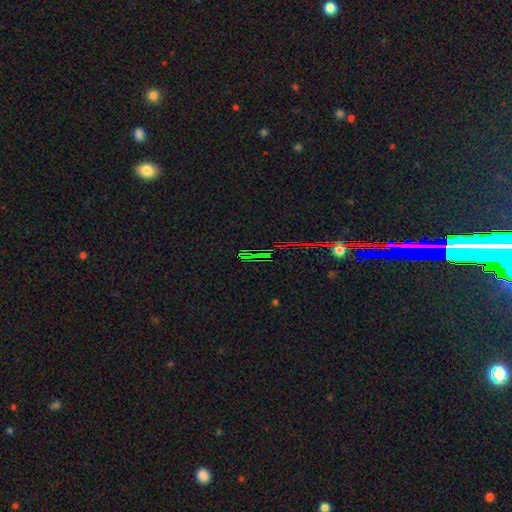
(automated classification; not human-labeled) Smooth or featured?
  - star or artifact: 77% *
  - smooth: 11%
  - featured or disk: 11%